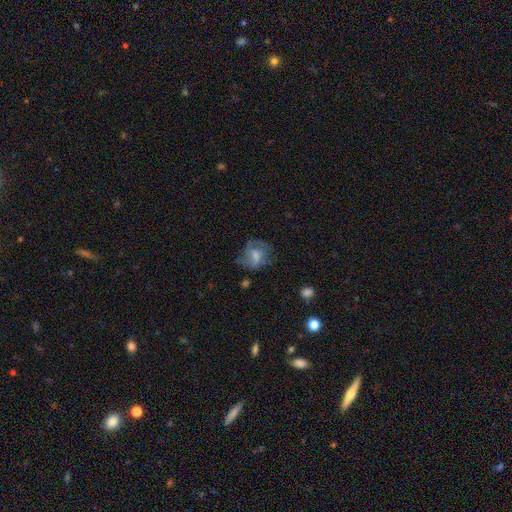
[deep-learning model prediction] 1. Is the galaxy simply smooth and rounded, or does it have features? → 47% featured or disk, 43% smooth, 10% star or artifact.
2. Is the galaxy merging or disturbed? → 46% none, 26% major disturbance, 25% minor disturbance, 3% merger.